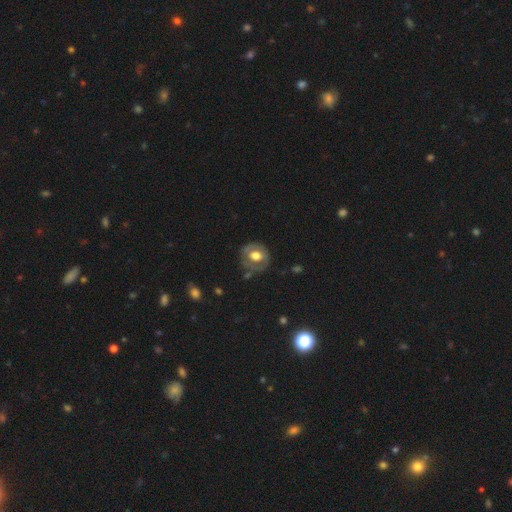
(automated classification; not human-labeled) smooth_or_featured: smooth (p=0.47) [alt: featured or disk p=0.46]
merging: none (p=0.71) [alt: minor disturbance p=0.19]